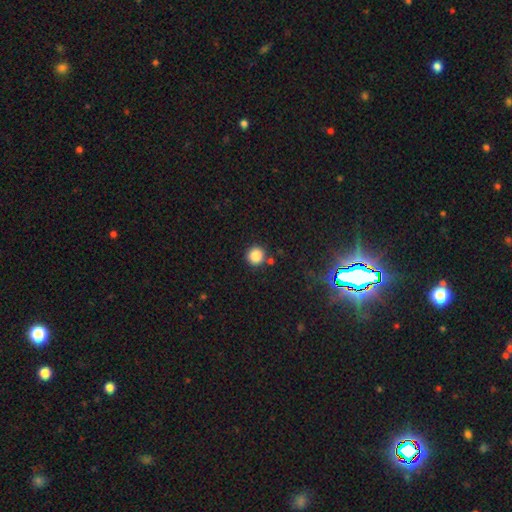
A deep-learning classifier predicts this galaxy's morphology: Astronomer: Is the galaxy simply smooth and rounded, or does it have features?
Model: smooth — 86%.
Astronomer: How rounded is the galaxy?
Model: round — 93%.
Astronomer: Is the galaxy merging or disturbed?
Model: none — 84%.